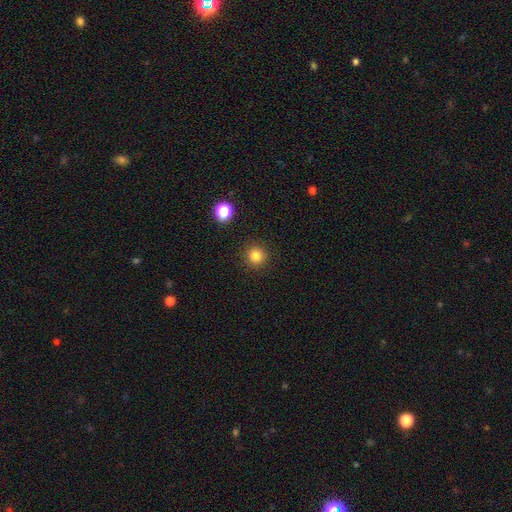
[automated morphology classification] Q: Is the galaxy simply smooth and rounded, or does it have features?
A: smooth — 82%.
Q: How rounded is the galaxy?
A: round — 95%.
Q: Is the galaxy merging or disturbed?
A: none — 92%.